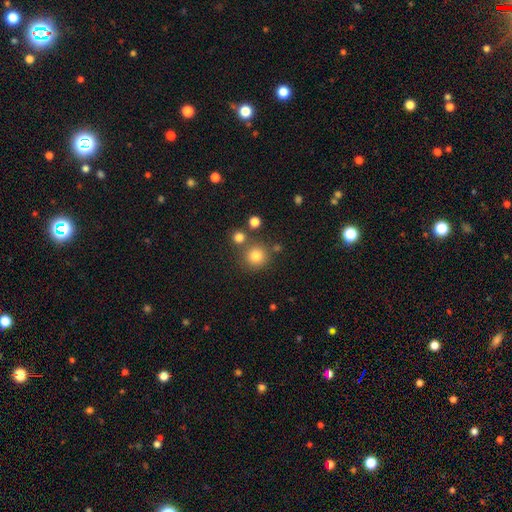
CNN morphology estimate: smooth-or-featured: smooth: 81% | star or artifact: 13% | featured or disk: 6%
  how-rounded: round: 92% | in between: 7% | cigar-shaped: 1%
  merging: none: 75% | merger: 13% | minor disturbance: 9% | major disturbance: 3%